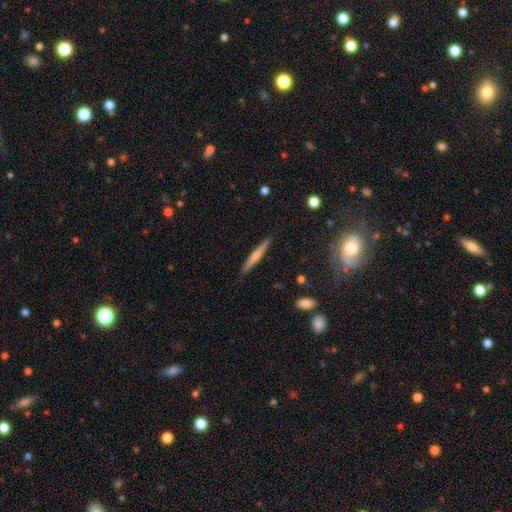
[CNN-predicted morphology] smooth-or-featured: smooth: 54% | featured or disk: 40% | star or artifact: 6%
  how-rounded: cigar-shaped: 95% | in between: 4% | round: 2%
  merging: none: 89% | minor disturbance: 8% | major disturbance: 2% | merger: 1%